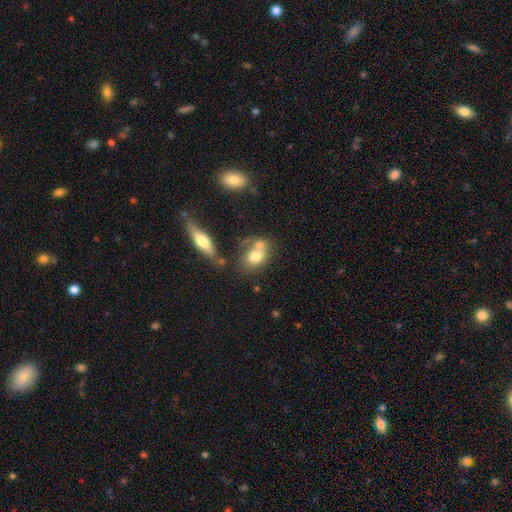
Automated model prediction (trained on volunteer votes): The model was most divided on "merging": merger: 41%, none: 40%, minor disturbance: 13%, major disturbance: 6%. More confident: smooth or featured — smooth (72%); how rounded — in between (62%).